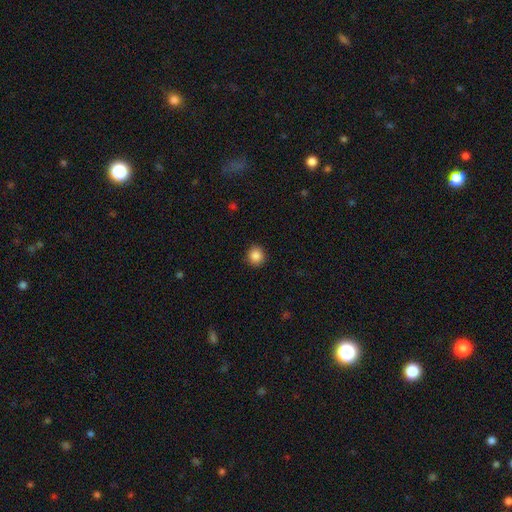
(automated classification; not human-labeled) Smooth or featured?
  - smooth: 87% *
  - star or artifact: 10%
  - featured or disk: 3%
How rounded?
  - round: 90% *
  - in between: 9%
  - cigar-shaped: 1%
Merging?
  - none: 91% *
  - minor disturbance: 6%
  - major disturbance: 2%
  - merger: 1%